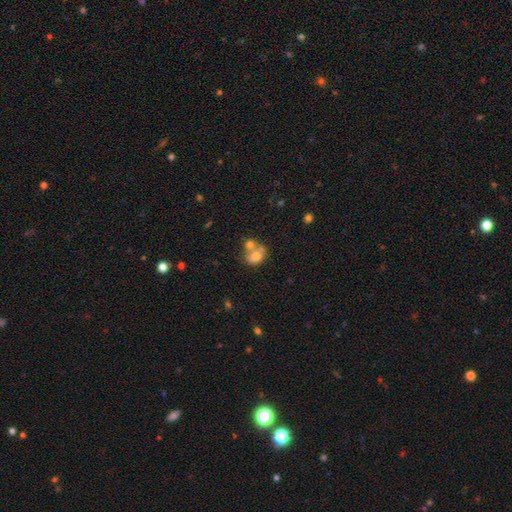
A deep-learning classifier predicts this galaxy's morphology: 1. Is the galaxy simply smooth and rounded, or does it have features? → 69% smooth, 21% featured or disk, 10% star or artifact.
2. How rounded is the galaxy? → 56% in between, 43% round, 1% cigar-shaped.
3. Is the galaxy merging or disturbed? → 56% merger, 27% none, 11% minor disturbance, 6% major disturbance.